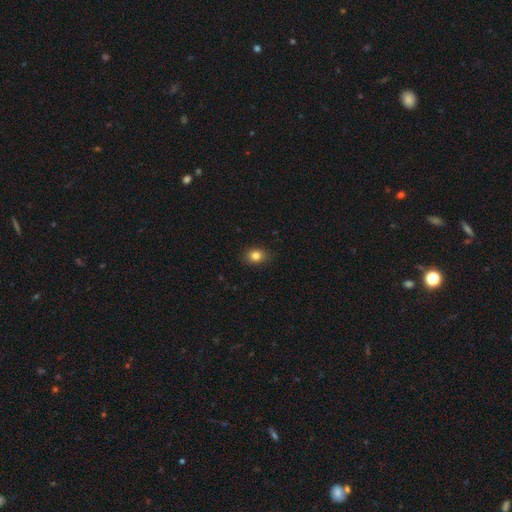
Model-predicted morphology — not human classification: smooth_or_featured: smooth (p=0.83) [alt: star or artifact p=0.11]
how_rounded: in between (p=0.54) [alt: round p=0.45]
merging: none (p=0.86) [alt: minor disturbance p=0.10]